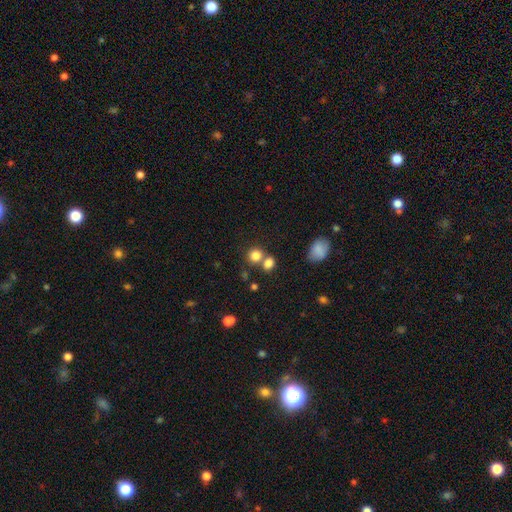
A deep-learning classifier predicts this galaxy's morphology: A smooth galaxy with no disk features (81%) that is round (79%). Merging: none (53%).